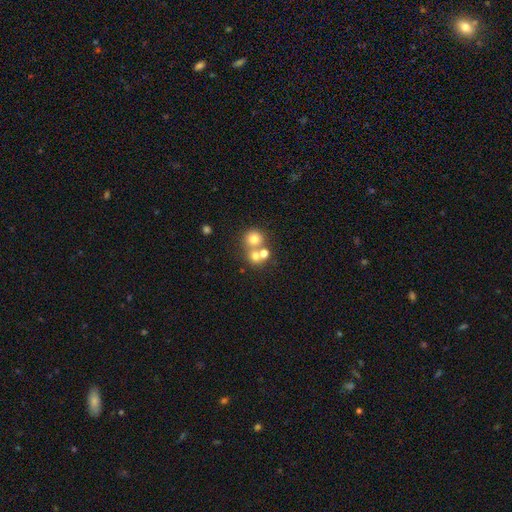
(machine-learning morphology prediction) Smooth or featured: smooth — 64% (featured or disk — 20%)
How rounded: round — 85% (in between — 14%)
Merging: merger — 48% (none — 42%)